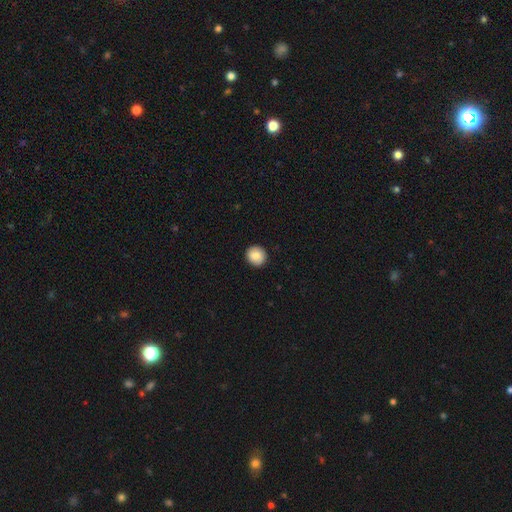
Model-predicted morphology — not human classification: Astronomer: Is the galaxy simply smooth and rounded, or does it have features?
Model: smooth — 86%.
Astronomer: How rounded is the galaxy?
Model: round — 90%.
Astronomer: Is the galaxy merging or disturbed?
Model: none — 91%.